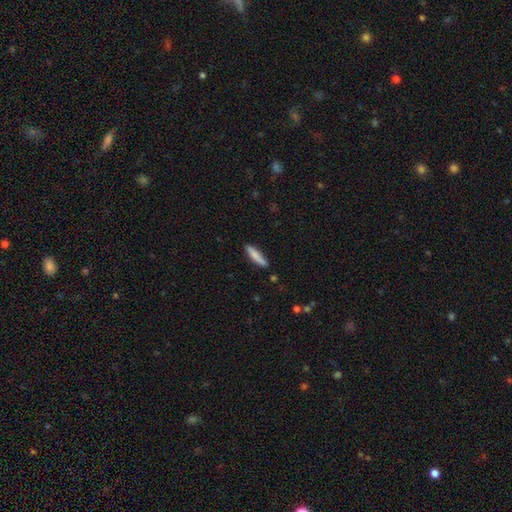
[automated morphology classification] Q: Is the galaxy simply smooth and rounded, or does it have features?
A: smooth — 81%.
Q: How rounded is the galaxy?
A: cigar-shaped — 83%.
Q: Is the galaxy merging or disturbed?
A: none — 86%.